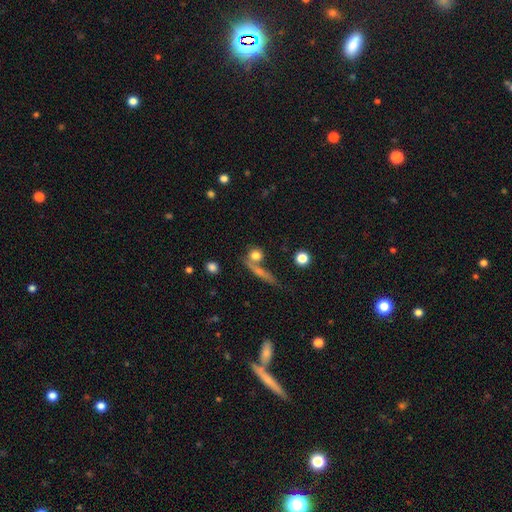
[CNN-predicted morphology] Smooth or featured: smooth — 74% (featured or disk — 16%)
How rounded: round — 76% (in between — 14%)
Merging: none — 57% (merger — 26%)